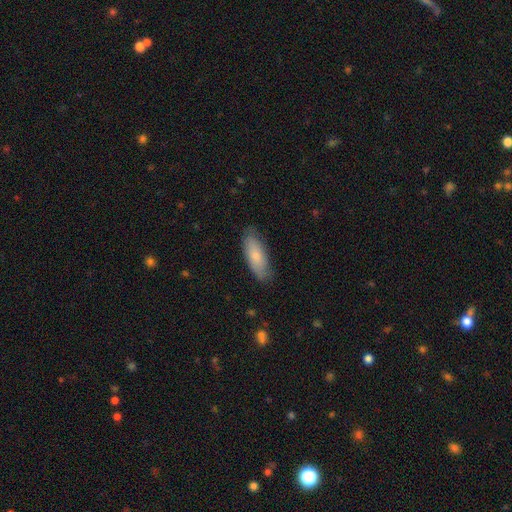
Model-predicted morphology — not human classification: A smooth galaxy with no disk features (77%) that is in between round and cigar-shaped (67%).

Vote fractions:
- Smooth or featured? smooth: 77% / featured or disk: 17% / star or artifact: 5%
- How rounded? in between: 67% / cigar-shaped: 31% / round: 2%
- Merging? none: 79% / minor disturbance: 17% / major disturbance: 3% / merger: 1%